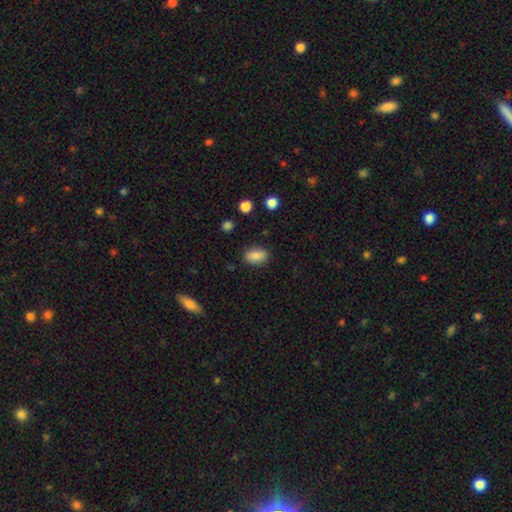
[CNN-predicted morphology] A smooth galaxy with no disk features (86%) that is in between round and cigar-shaped (88%).

Vote fractions:
- Smooth or featured? smooth: 86% / star or artifact: 8% / featured or disk: 6%
- How rounded? in between: 88% / round: 10% / cigar-shaped: 2%
- Merging? none: 84% / minor disturbance: 11% / major disturbance: 3% / merger: 2%